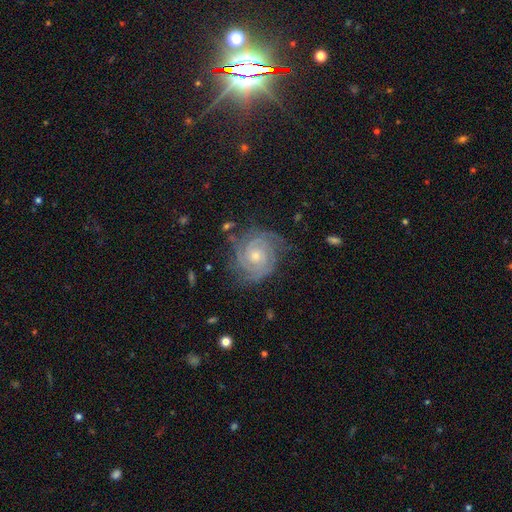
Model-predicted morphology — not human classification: This is clearly a featured or disk galaxy (87%). It is clearly not viewed edge-on (98%). Bar: likely no (74%). Spiral arm pattern: clearly yes (97%). Spiral arm count: marginally 2 (34%). Spiral winding: likely tight (76%). Central bulge: possibly moderate (50%). Merging: likely none (76%).